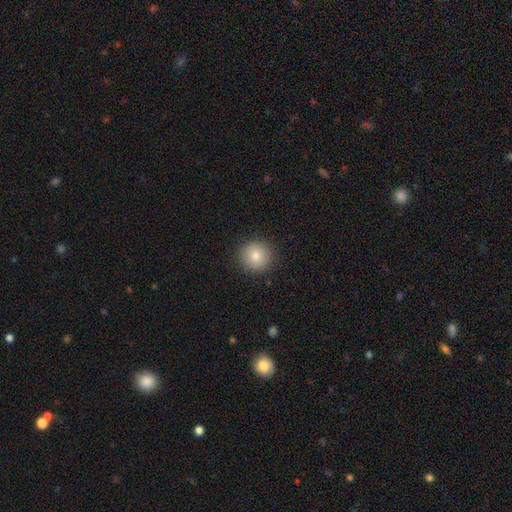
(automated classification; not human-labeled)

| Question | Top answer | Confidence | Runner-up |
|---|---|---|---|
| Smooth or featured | smooth | 81% | star or artifact (10%) |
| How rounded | round | 95% | in between (4%) |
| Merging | none | 91% | minor disturbance (6%) |